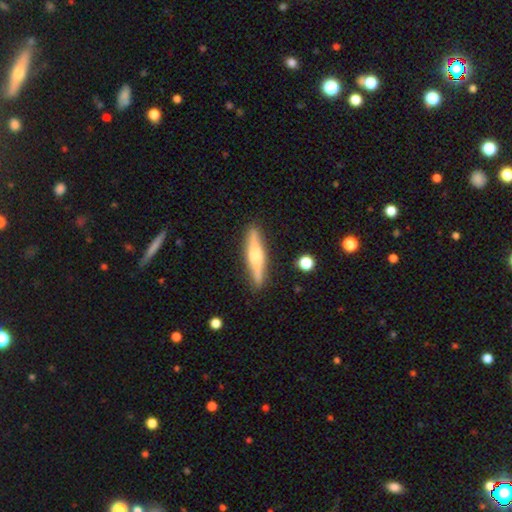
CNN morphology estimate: This is possibly a featured or disk galaxy (52%). It is clearly viewed edge-on (95%). Merging: clearly none (87%).